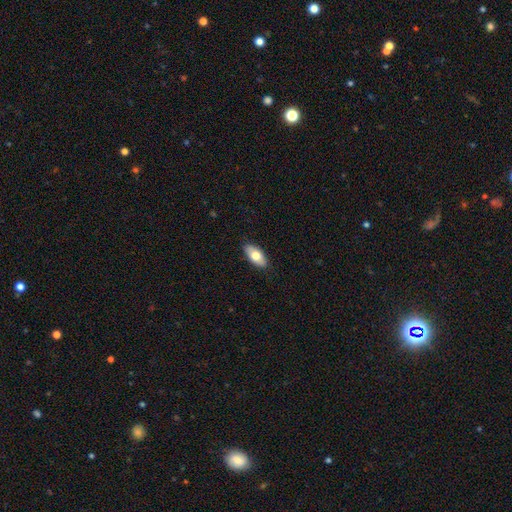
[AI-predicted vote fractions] Morphology: type=smooth (74%); roundness=in between (90%); merging=none (88%).